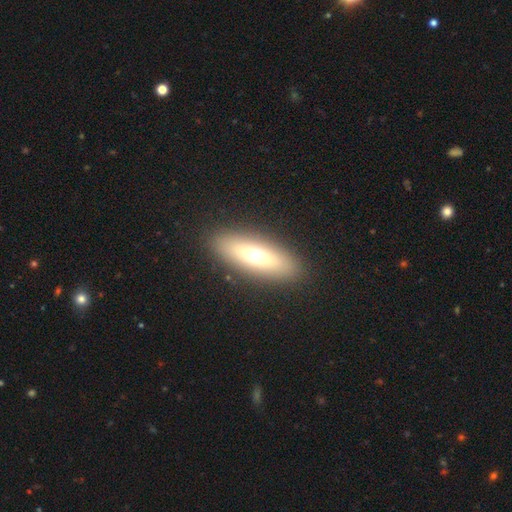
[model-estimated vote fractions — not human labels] Smooth or featured? smooth (60%)
How rounded? in between (55%)
Merging? none (90%)